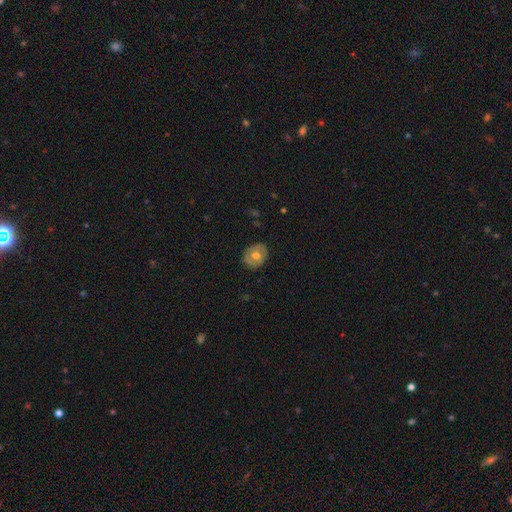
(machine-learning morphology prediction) Overall: smooth (48%; featured or disk 45%). Merging: none (81%).